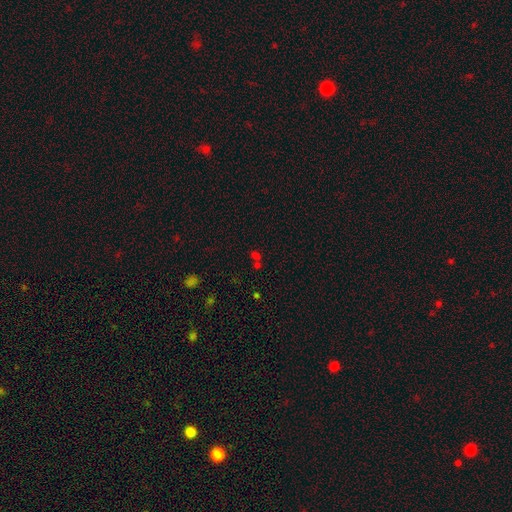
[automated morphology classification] Overall: smooth (47%; star or artifact 43%). Merging: none (49%; merger 34%).